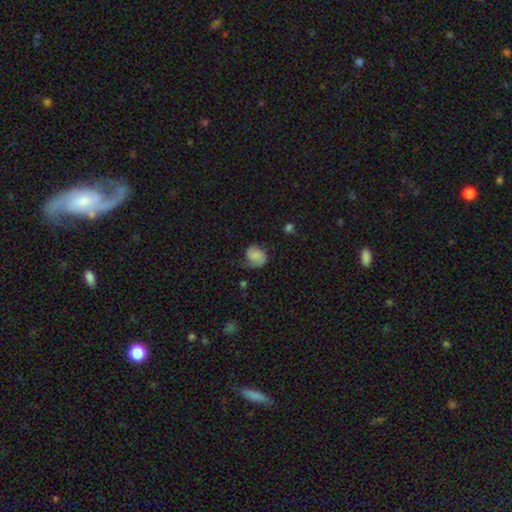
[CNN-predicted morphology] Smooth or featured?
  - smooth: 47% *
  - featured or disk: 44%
  - star or artifact: 9%
Merging?
  - none: 53% *
  - minor disturbance: 26%
  - major disturbance: 19%
  - merger: 2%